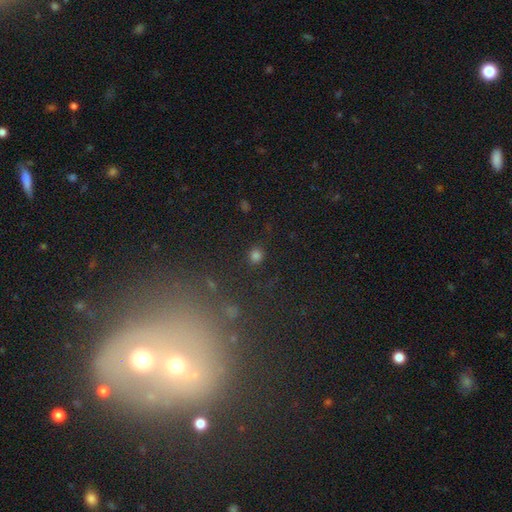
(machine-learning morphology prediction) This is likely a smooth galaxy (76%). How rounded: clearly round (89%). Merging: clearly none (87%).